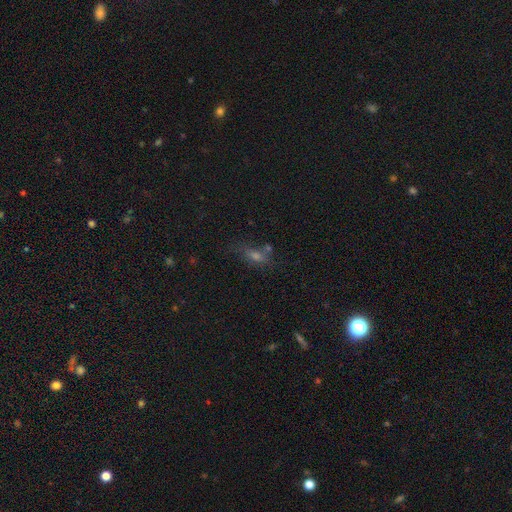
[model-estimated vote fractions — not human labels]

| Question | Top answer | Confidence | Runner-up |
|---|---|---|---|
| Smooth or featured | smooth | 45% | star or artifact (32%) |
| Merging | none | 56% | minor disturbance (18%) |